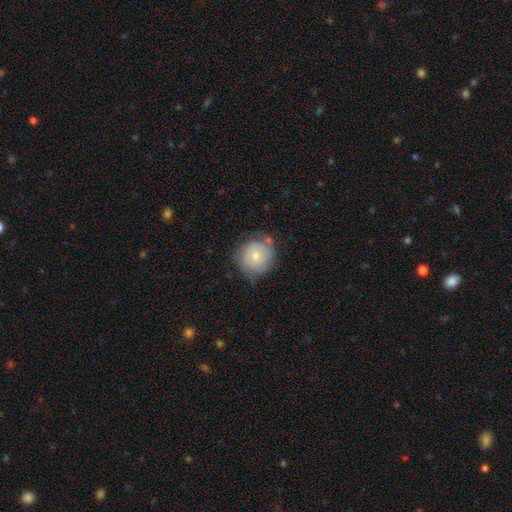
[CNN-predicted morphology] type=smooth (59%); roundness=round (89%); merging=none (64%).